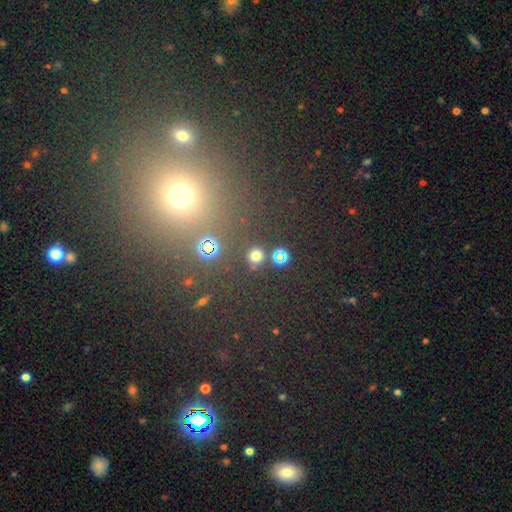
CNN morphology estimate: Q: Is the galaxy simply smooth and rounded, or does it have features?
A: smooth — 64%.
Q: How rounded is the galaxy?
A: round — 85%.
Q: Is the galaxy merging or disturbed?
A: none — 81%.